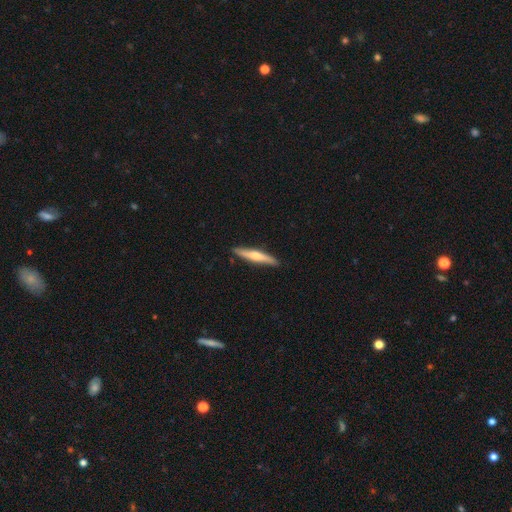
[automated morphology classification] The model was most divided on "smooth or featured": featured or disk: 49%, smooth: 46%, star or artifact: 5%. More confident: merging — none (89%).